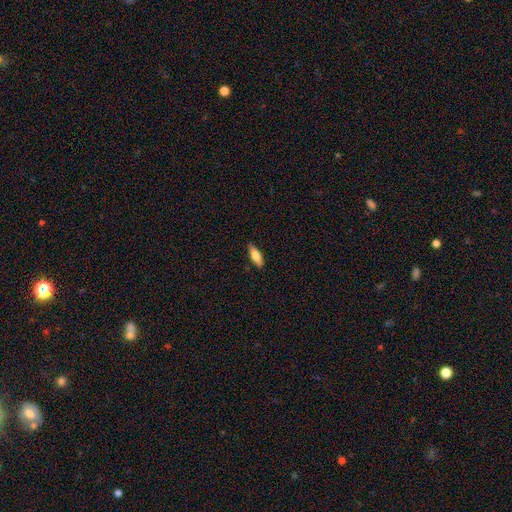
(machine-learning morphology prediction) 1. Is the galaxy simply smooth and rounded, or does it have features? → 72% smooth, 22% featured or disk, 6% star or artifact.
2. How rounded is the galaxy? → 58% in between, 39% cigar-shaped, 2% round.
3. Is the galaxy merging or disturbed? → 86% none, 10% minor disturbance, 2% major disturbance, 1% merger.